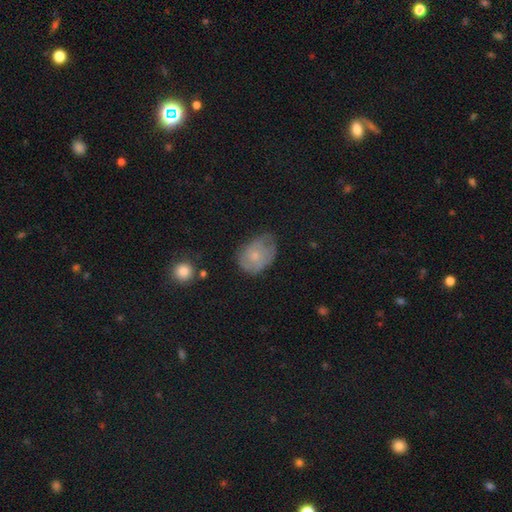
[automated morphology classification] Q: Smooth or featured?
A: smooth (55%); runner-up: featured or disk (37%)
Q: How rounded?
A: in between (68%); runner-up: round (31%)
Q: Merging?
A: none (48%); runner-up: minor disturbance (36%)